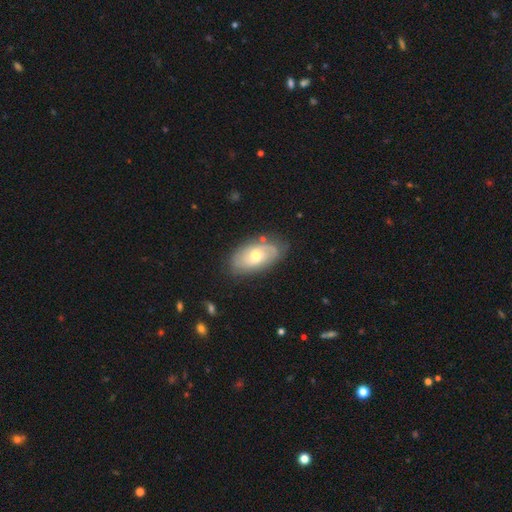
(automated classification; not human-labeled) This is likely a featured or disk galaxy (71%). It is clearly not viewed edge-on (94%). Bar: likely no (68%). Spiral arm pattern: clearly yes (87%). Spiral arm count: possibly 2 (55%). Spiral winding: possibly tight (54%). Central bulge: likely moderate (68%). Merging: likely none (77%).